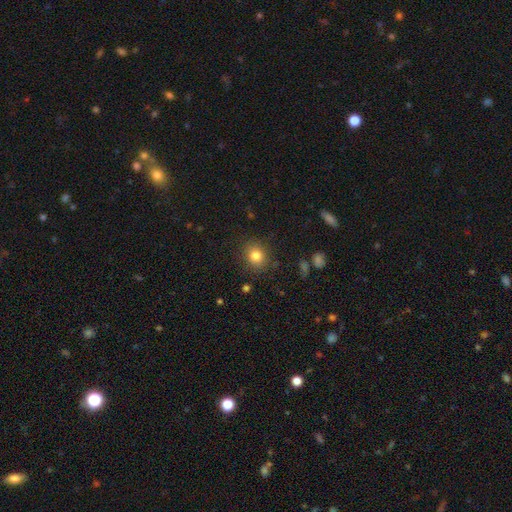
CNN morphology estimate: Overall: smooth (82%). How rounded: round (76%). Merging: none (87%).